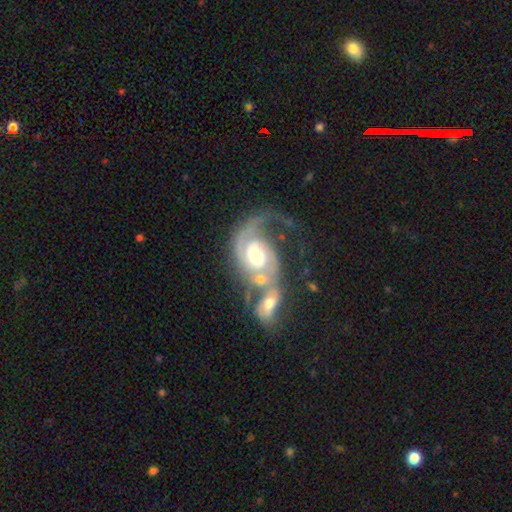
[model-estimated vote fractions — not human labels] A featured or disk galaxy (88%) with no bar (58%), 2 (68%) medium (43%) spiral arms (96%) and a moderate central bulge (63%). Merging: merger (63%).